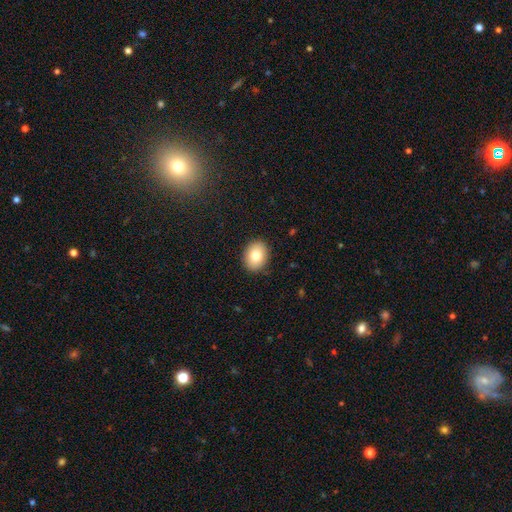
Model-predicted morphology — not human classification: Q: Smooth or featured?
A: smooth (79%); runner-up: featured or disk (12%)
Q: How rounded?
A: in between (56%); runner-up: round (43%)
Q: Merging?
A: none (90%); runner-up: minor disturbance (7%)